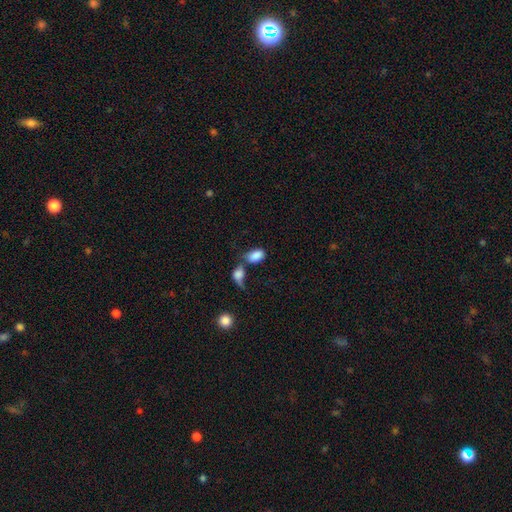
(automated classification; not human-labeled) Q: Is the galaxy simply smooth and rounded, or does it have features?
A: smooth — 84%.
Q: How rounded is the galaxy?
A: in between — 90%.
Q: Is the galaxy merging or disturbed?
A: merger — 47%.